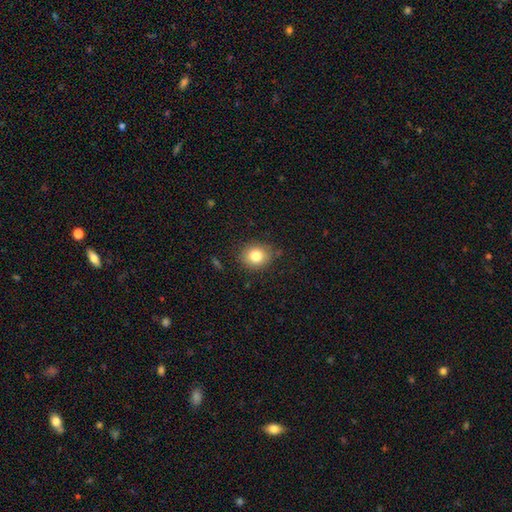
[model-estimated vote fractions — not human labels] This appears to be a smooth galaxy with no disk features (81%) that is round (70%). Merging: none (84%).